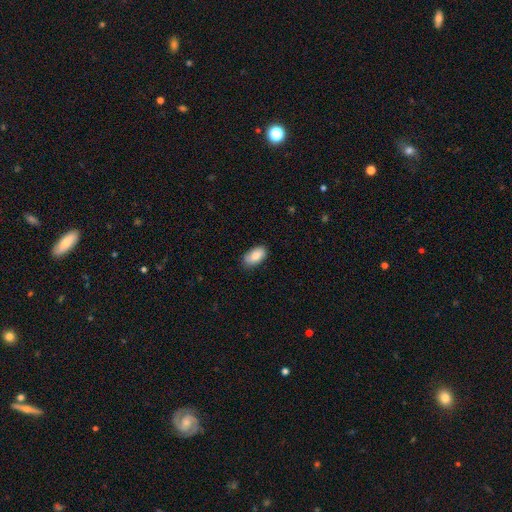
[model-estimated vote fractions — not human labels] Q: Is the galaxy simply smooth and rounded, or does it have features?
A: smooth — 84%.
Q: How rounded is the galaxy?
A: in between — 94%.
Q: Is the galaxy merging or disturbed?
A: none — 79%.